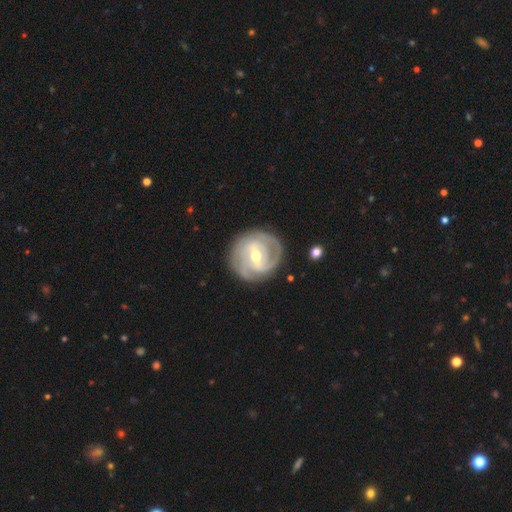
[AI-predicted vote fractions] This is clearly a featured or disk galaxy (86%). It is clearly not viewed edge-on (97%). Bar: marginally weak (44%). Spiral arm pattern: clearly yes (94%). Spiral arm count: marginally 2 (40%). Spiral winding: likely tight (65%). Central bulge: likely moderate (60%). Merging: clearly none (82%).